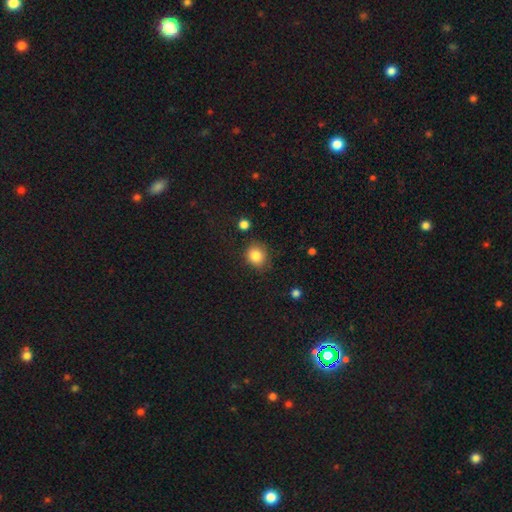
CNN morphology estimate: This appears to be a smooth galaxy with no disk features (85%) that is round (75%). Merging: none (76%).